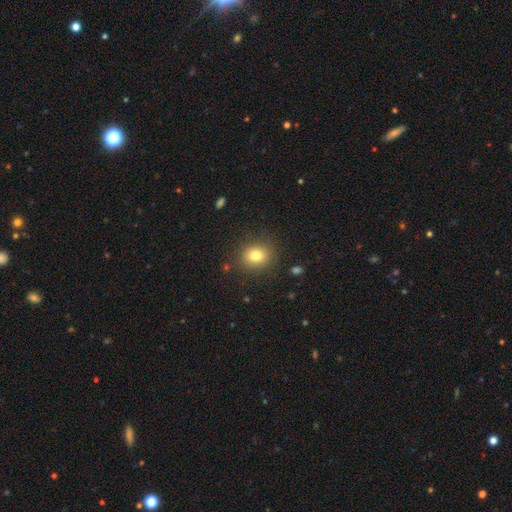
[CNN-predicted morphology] smooth_or_featured: smooth (p=0.79) [alt: star or artifact p=0.12]
how_rounded: round (p=0.76) [alt: in between p=0.23]
merging: none (p=0.87) [alt: minor disturbance p=0.08]